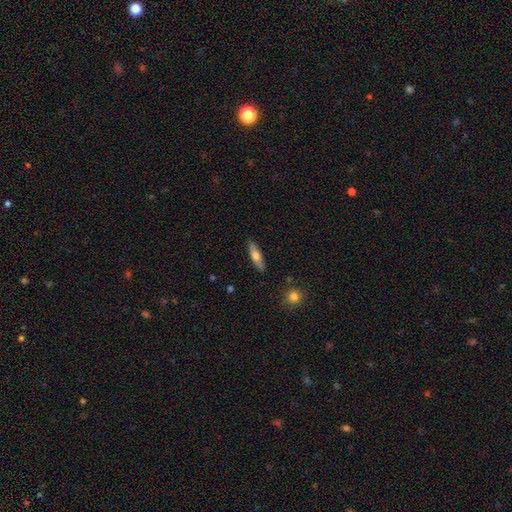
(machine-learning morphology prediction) smooth_or_featured: smooth (p=0.60) [alt: featured or disk p=0.34]
how_rounded: cigar-shaped (p=0.62) [alt: in between p=0.35]
merging: none (p=0.87) [alt: minor disturbance p=0.10]